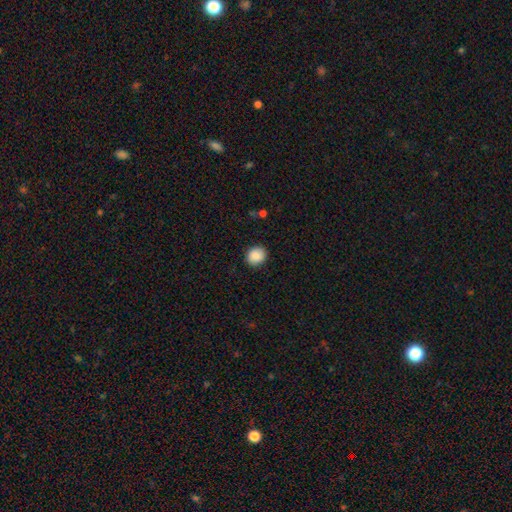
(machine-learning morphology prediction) This appears to be a smooth galaxy with no disk features (89%) that is round (78%). Merging: none (90%).